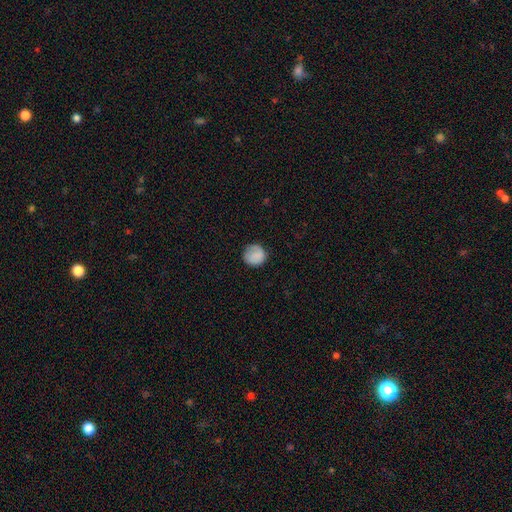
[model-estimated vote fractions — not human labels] A smooth galaxy with no disk features (86%) that is round (92%).

Vote fractions:
- Smooth or featured? smooth: 86% / star or artifact: 8% / featured or disk: 6%
- How rounded? round: 92% / in between: 7% / cigar-shaped: 1%
- Merging? none: 82% / minor disturbance: 14% / major disturbance: 4% / merger: 1%